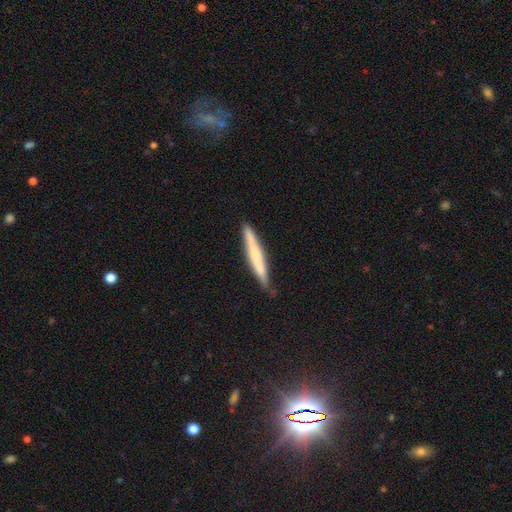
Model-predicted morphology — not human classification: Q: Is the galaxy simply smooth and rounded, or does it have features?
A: smooth — 57%.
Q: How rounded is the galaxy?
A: cigar-shaped — 96%.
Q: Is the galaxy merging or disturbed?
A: none — 80%.